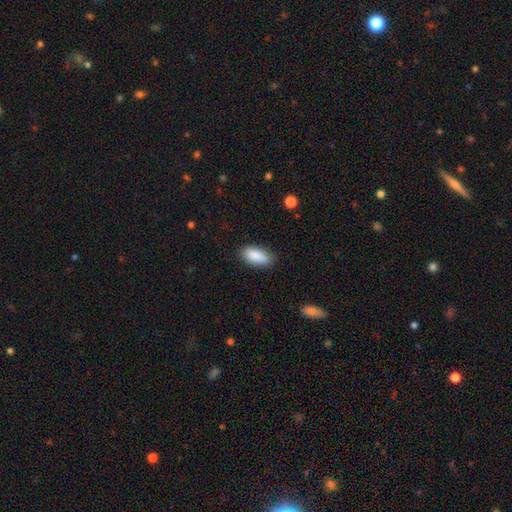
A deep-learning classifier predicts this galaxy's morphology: type=smooth (89%); roundness=in between (86%); merging=none (85%).